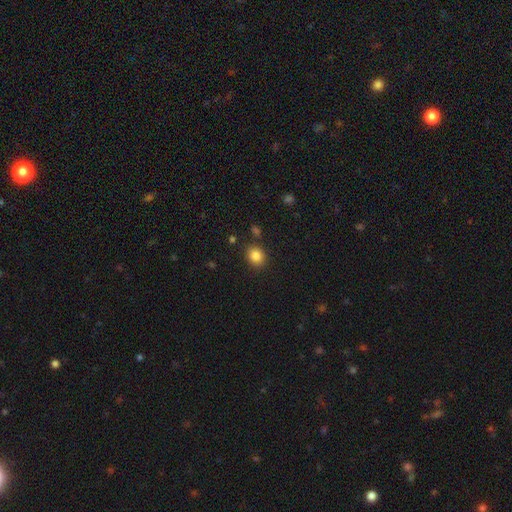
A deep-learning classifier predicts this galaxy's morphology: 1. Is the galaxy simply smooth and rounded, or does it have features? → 84% smooth, 11% star or artifact, 5% featured or disk.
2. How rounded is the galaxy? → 71% round, 28% in between, 1% cigar-shaped.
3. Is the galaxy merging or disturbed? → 86% none, 8% minor disturbance, 3% merger, 3% major disturbance.